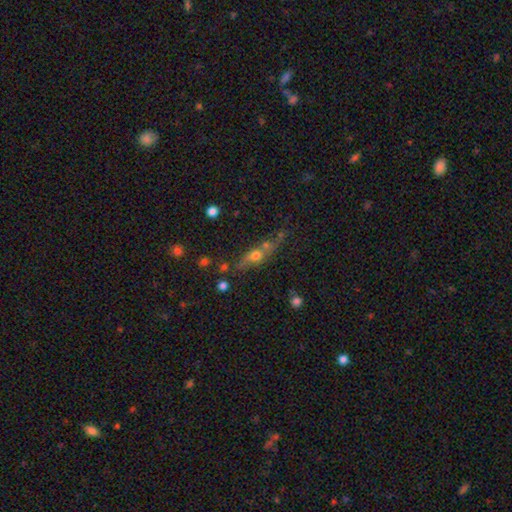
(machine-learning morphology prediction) This appears to be a smooth galaxy with no disk features (56%) that is in between round and cigar-shaped (46%). Merging: none (45%).